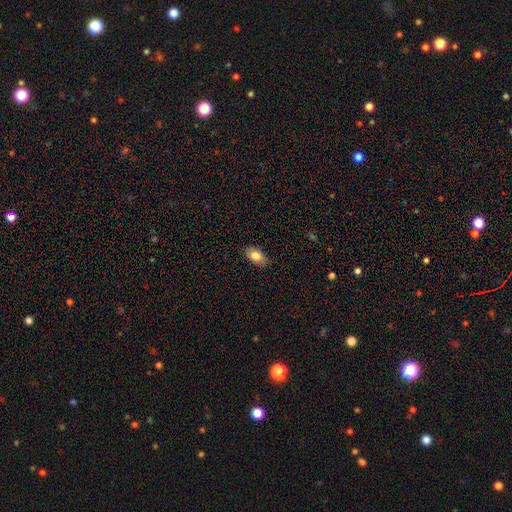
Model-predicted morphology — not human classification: Smooth or featured: smooth — 82% (featured or disk — 10%)
How rounded: in between — 91% (round — 6%)
Merging: none — 85% (minor disturbance — 11%)